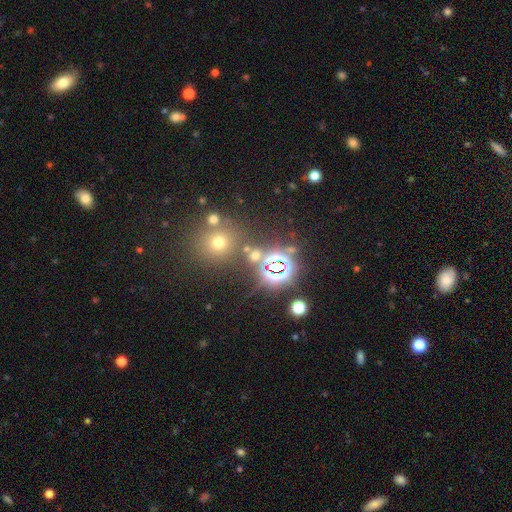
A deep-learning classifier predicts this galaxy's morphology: This is possibly a star or artifact rather than a galaxy (59%).